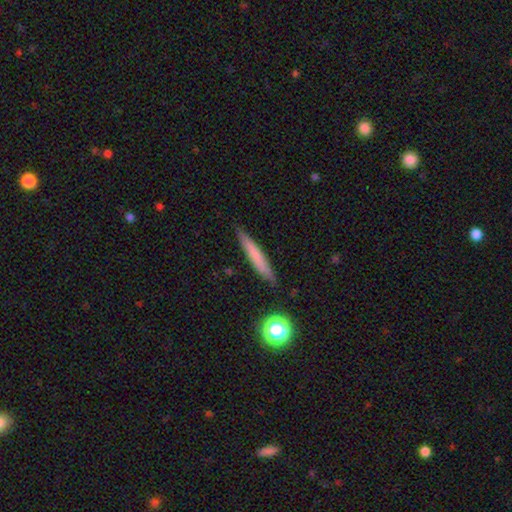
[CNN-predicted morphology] This appears to be a smooth galaxy with no disk features (67%) that is cigar-shaped (94%). Merging: none (88%).